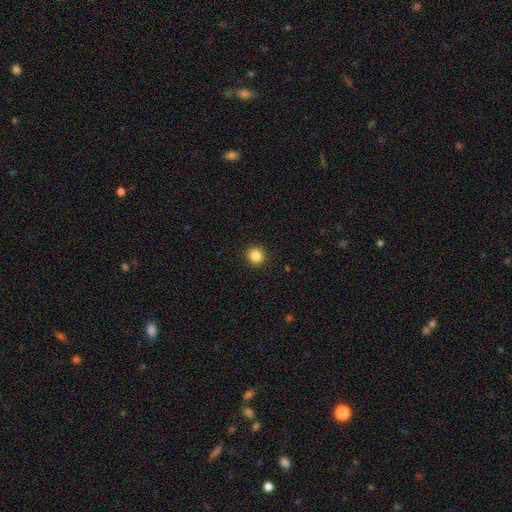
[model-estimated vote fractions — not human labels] Smooth or featured? smooth (85%)
How rounded? round (91%)
Merging? none (92%)